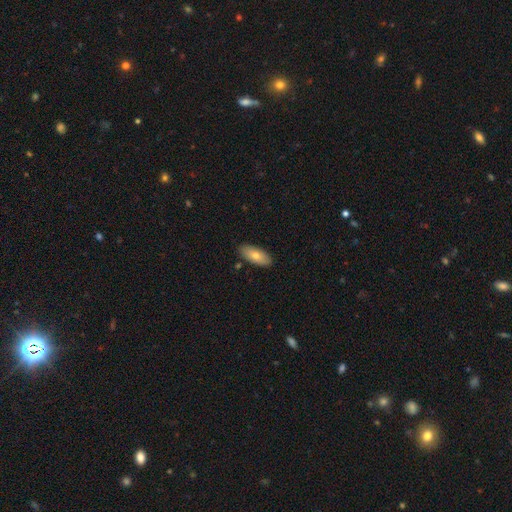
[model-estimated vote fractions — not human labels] Overall: smooth (72%). How rounded: in between (86%). Merging: none (87%).